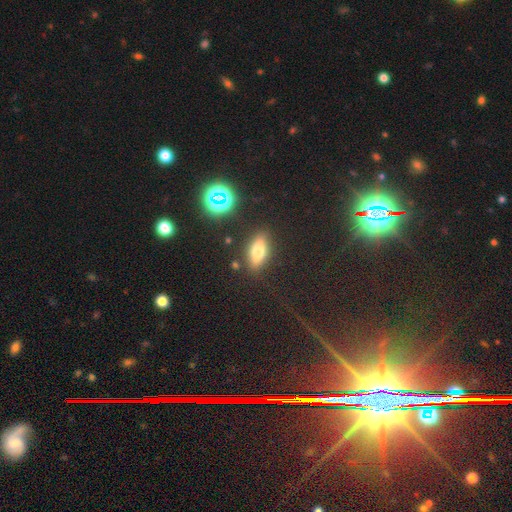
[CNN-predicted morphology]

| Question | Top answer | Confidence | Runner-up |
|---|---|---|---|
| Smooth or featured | smooth | 65% | featured or disk (20%) |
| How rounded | in between | 73% | cigar-shaped (19%) |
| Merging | none | 85% | minor disturbance (9%) |